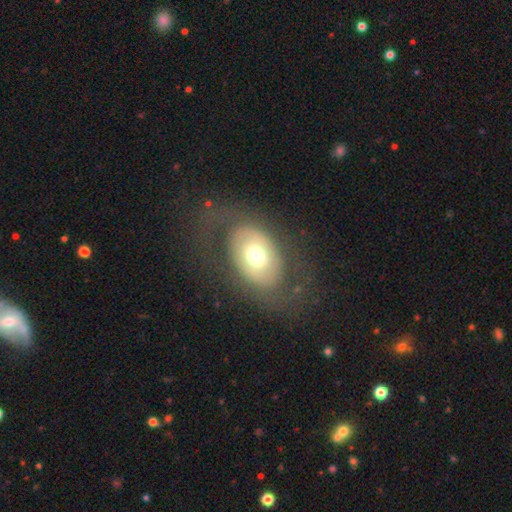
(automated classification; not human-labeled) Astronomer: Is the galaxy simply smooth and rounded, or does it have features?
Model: smooth — 51% (runner-up: featured or disk, 41%).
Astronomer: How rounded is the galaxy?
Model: in between — 78%.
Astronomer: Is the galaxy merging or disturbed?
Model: none — 71%.